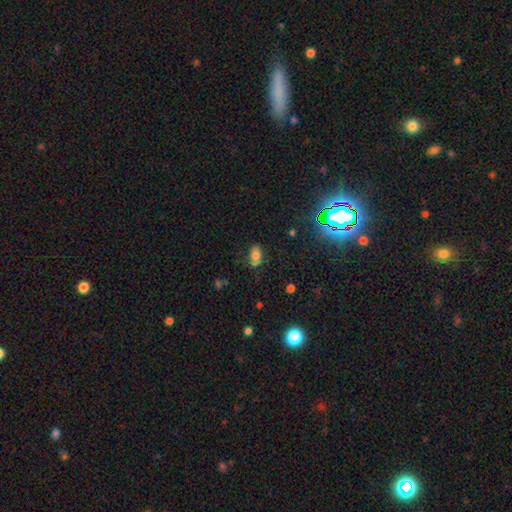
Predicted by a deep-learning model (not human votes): Overall: smooth (73%). How rounded: in between (88%). Merging: none (69%).